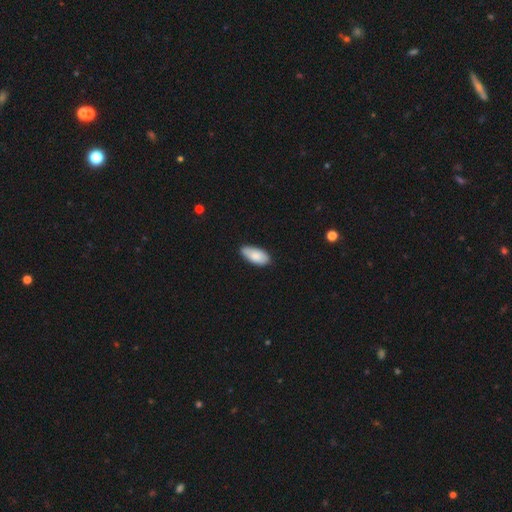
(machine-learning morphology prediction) A smooth galaxy with no disk features (85%) that is in between round and cigar-shaped (91%).

Vote fractions:
- Smooth or featured? smooth: 85% / featured or disk: 10% / star or artifact: 6%
- How rounded? in between: 91% / cigar-shaped: 7% / round: 2%
- Merging? none: 80% / minor disturbance: 16% / major disturbance: 2% / merger: 1%